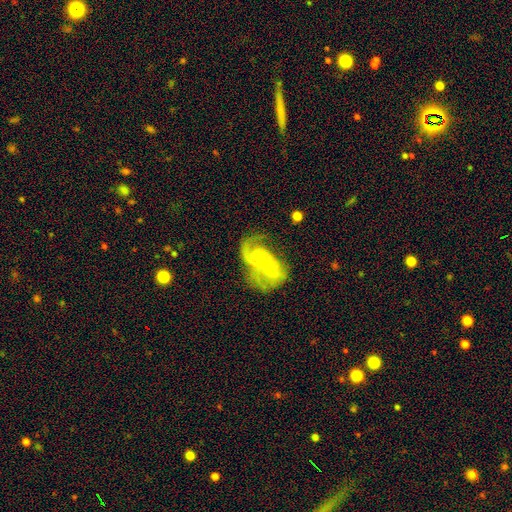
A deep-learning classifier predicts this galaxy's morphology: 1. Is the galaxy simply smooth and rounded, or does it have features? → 77% featured or disk, 17% smooth, 7% star or artifact.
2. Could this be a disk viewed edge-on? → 98% no, 2% yes.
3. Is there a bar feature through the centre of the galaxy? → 66% no, 29% weak, 5% strong.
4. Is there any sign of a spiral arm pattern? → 89% yes, 11% no.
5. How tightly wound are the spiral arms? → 47% medium, 32% tight, 21% loose.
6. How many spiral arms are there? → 56% 2, 15% can't tell, 15% 1, 8% 3, 3% 4, 3% more than 4.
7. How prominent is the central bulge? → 61% small, 18% moderate, 17% none, 2% large, 1% dominant.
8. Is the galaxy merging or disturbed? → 50% merger, 20% none, 17% major disturbance, 13% minor disturbance.